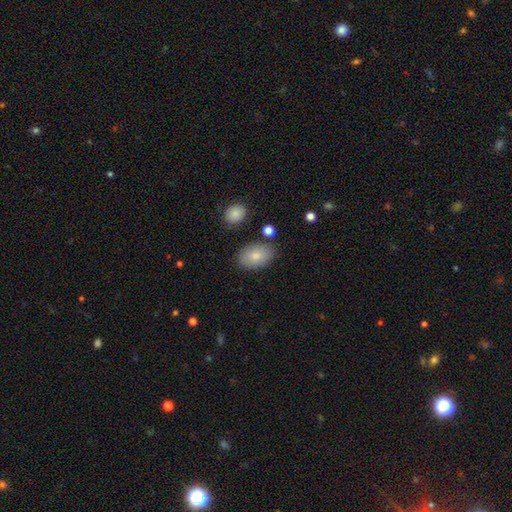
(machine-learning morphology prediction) Smooth or featured: smooth — 83% (featured or disk — 11%)
How rounded: in between — 89% (round — 9%)
Merging: none — 82% (minor disturbance — 12%)